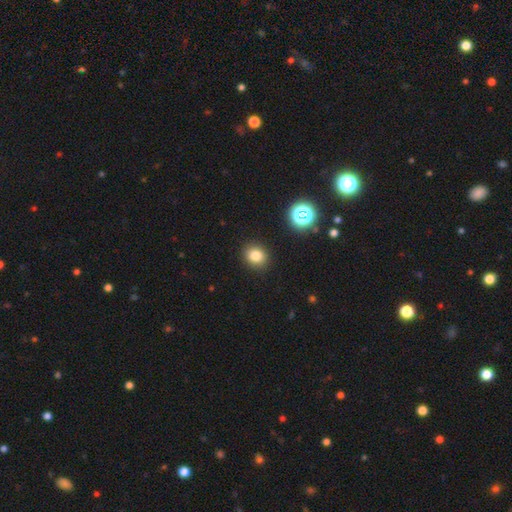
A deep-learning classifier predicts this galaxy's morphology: type=smooth (80%); roundness=round (72%); merging=none (90%).